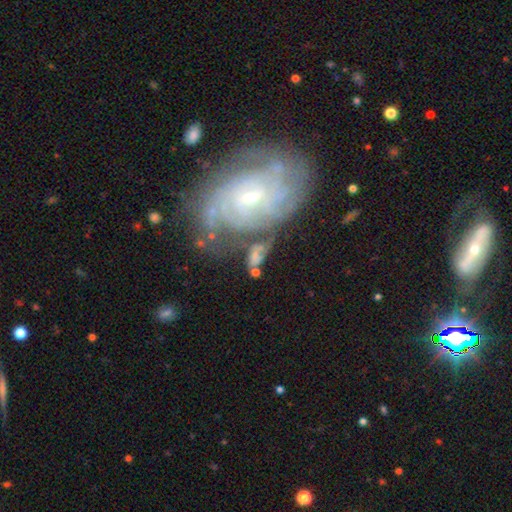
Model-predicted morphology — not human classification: Overall: featured or disk (55%; smooth 33%). Edge-on disk: no (93%). Bar: no (53%; weak 31%). Spiral arms: yes (69%; no 31%). Bulge size: small (43%; moderate 29%). Merging: none (31%; merger 30%).